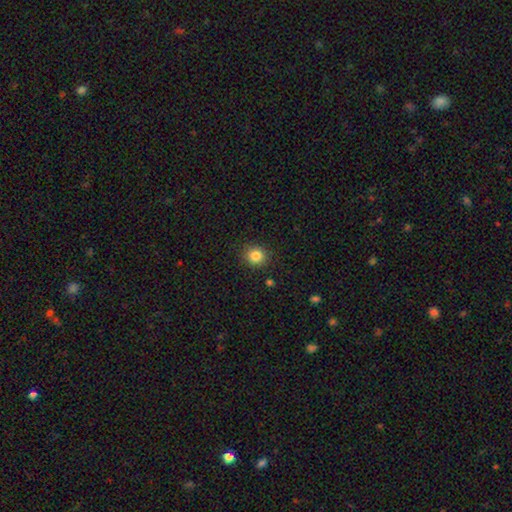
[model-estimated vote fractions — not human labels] A smooth galaxy with no disk features (84%) that is round (86%). Merging: none (89%).